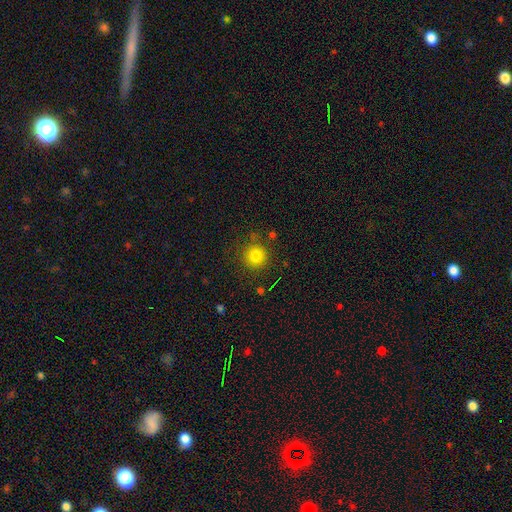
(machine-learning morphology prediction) smooth 81%, star or artifact 13%, featured or disk 6%. Down the decision tree: how rounded — round (94%); merging — none (85%).